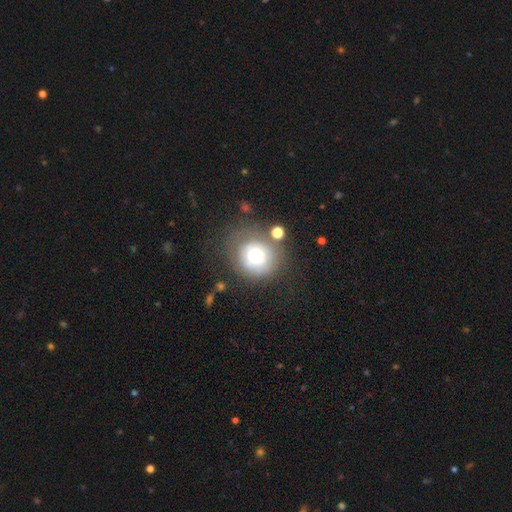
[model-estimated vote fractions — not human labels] Smooth or featured? Predicted: smooth (p=0.65). How rounded? Predicted: round (p=0.85). Merging? Predicted: none (p=0.59).